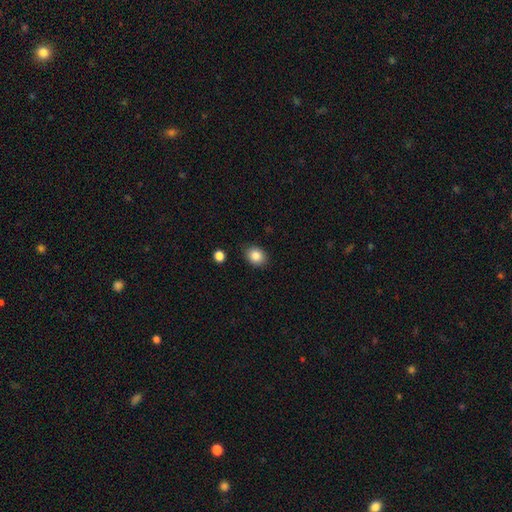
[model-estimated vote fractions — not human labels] Morphology: type=smooth (86%); roundness=round (52%); merging=none (86%).